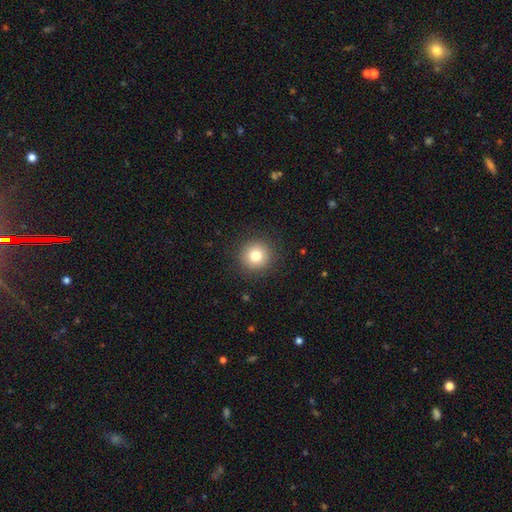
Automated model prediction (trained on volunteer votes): Smooth or featured? Predicted: smooth (p=0.79). How rounded? Predicted: round (p=0.95). Merging? Predicted: none (p=0.91).